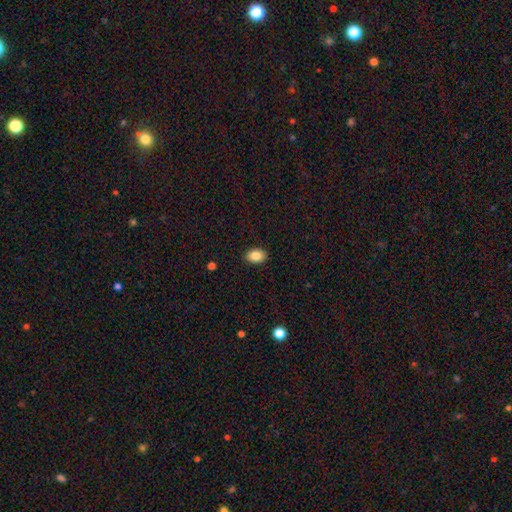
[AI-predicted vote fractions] A smooth galaxy with no disk features (85%) that is in between round and cigar-shaped (77%).

Vote fractions:
- Smooth or featured? smooth: 85% / star or artifact: 8% / featured or disk: 7%
- How rounded? in between: 77% / round: 22% / cigar-shaped: 1%
- Merging? none: 89% / minor disturbance: 8% / major disturbance: 2% / merger: 1%